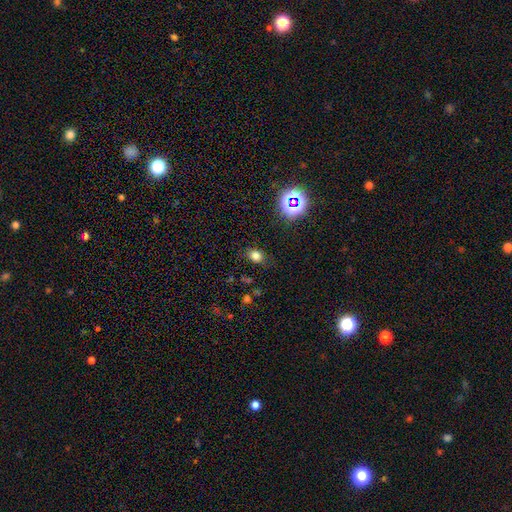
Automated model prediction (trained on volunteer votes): This is likely a smooth galaxy (75%). How rounded: likely in between (62%). Merging: likely none (80%).